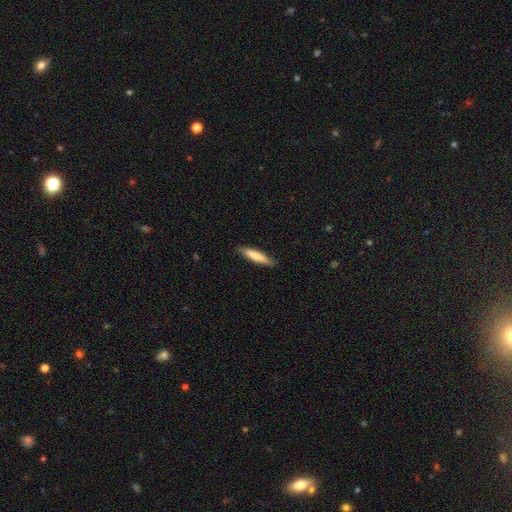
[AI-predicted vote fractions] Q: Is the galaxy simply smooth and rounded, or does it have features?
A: smooth — 78%.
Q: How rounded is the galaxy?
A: cigar-shaped — 83%.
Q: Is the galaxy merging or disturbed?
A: none — 86%.